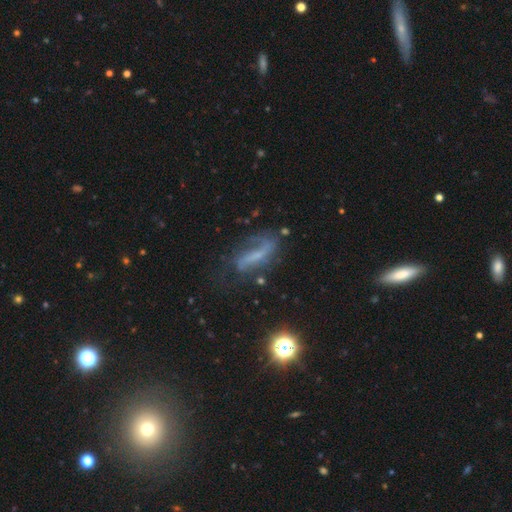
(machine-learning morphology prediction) Smooth or featured? featured or disk (64%)
Edge-on disk? no (80%)
Bar? strong (41%)
Spiral arms? yes (77%)
Bulge size? small (43%)
Merging? none (51%)